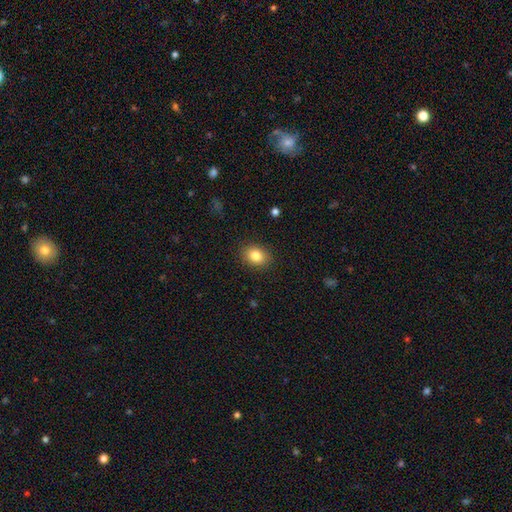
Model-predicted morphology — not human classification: Smooth or featured? Predicted: smooth (p=0.84). How rounded? Predicted: in between (p=0.57). Merging? Predicted: none (p=0.88).